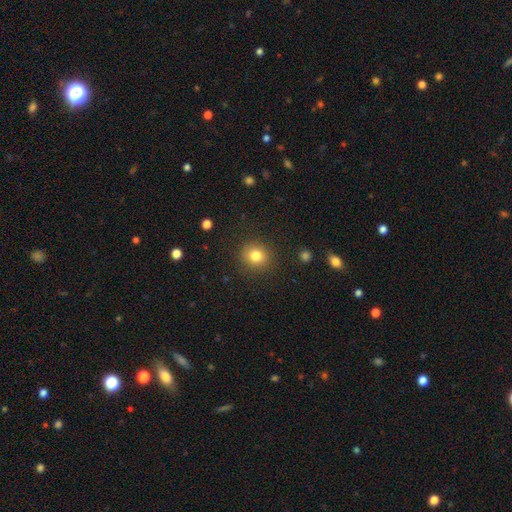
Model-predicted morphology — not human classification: Smooth or featured? Predicted: smooth (p=0.81). How rounded? Predicted: round (p=0.87). Merging? Predicted: none (p=0.89).